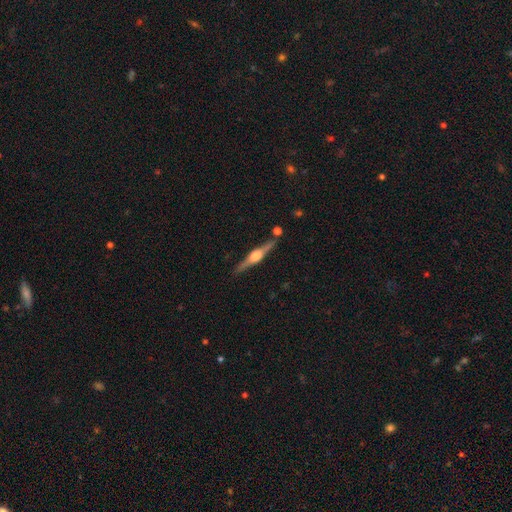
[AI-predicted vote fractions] Smooth or featured? Predicted: featured or disk (p=0.84). Edge-on disk? Predicted: yes (p=0.98). Edge-on bulge? Predicted: rounded (p=0.91). Merging? Predicted: none (p=0.86).